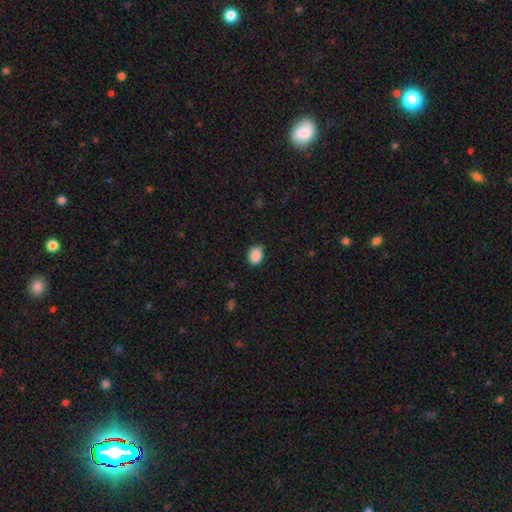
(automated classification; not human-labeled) Smooth or featured?
  - smooth: 89% *
  - star or artifact: 9%
  - featured or disk: 3%
How rounded?
  - in between: 62% *
  - round: 37%
  - cigar-shaped: 1%
Merging?
  - none: 78% *
  - minor disturbance: 18%
  - major disturbance: 3%
  - merger: 1%